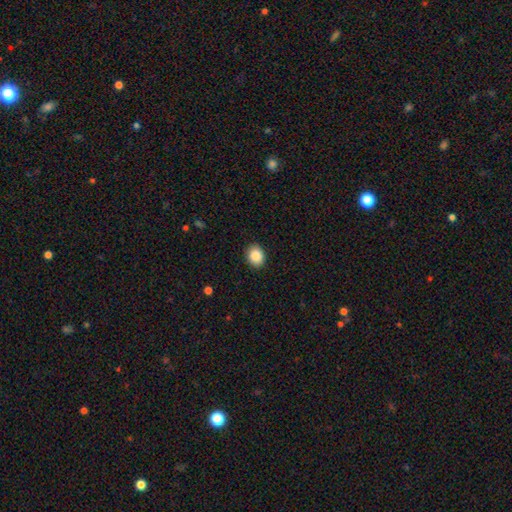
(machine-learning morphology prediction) smooth_or_featured: smooth (p=0.88) [alt: star or artifact p=0.08]
how_rounded: round (p=0.59) [alt: in between p=0.40]
merging: none (p=0.89) [alt: minor disturbance p=0.08]